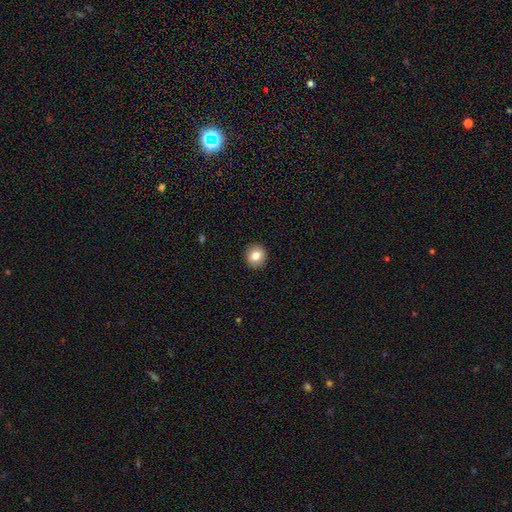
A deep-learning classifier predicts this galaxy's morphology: Overall: smooth (81%). How rounded: round (90%). Merging: none (92%).